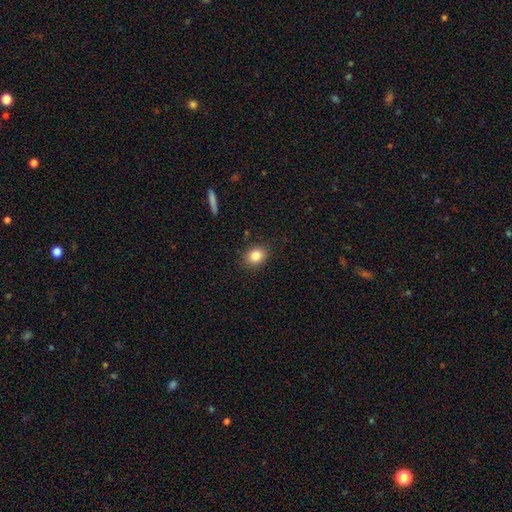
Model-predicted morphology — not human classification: smooth 83%, star or artifact 10%, featured or disk 7%. Down the decision tree: how rounded — round (54%); merging — none (86%).